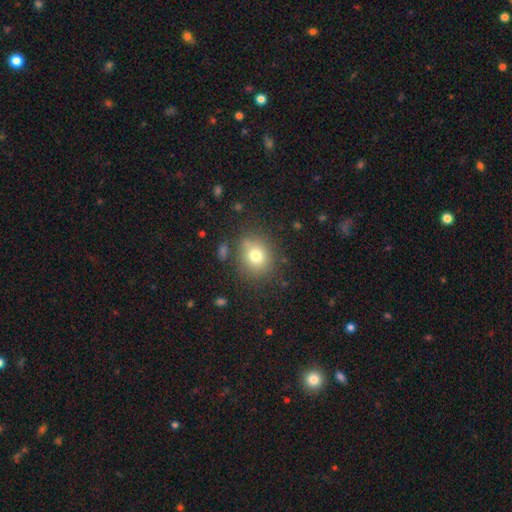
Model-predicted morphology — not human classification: A smooth galaxy with no disk features (75%) that is round (75%).

Vote fractions:
- Smooth or featured? smooth: 75% / star or artifact: 12% / featured or disk: 12%
- How rounded? round: 75% / in between: 24% / cigar-shaped: 1%
- Merging? none: 78% / minor disturbance: 13% / major disturbance: 5% / merger: 4%